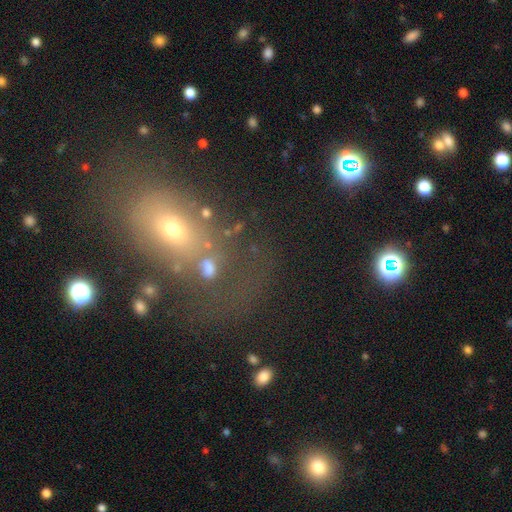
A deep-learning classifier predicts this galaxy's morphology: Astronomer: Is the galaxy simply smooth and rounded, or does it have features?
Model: smooth — 51% (runner-up: star or artifact, 29%).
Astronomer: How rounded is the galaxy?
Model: in between — 67%.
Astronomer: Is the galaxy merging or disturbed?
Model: none — 53%.